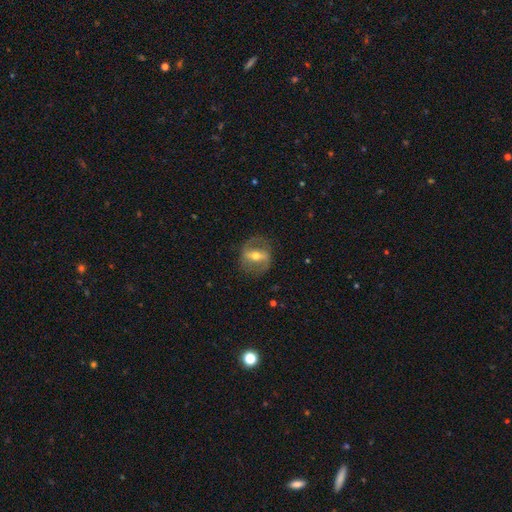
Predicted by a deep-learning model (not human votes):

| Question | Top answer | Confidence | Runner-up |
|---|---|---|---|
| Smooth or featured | featured or disk | 75% | smooth (18%) |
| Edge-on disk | no | 86% | yes (14%) |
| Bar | strong | 64% | weak (25%) |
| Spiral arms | yes | 62% | no (38%) |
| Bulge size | moderate | 66% | small (27%) |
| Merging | none | 77% | minor disturbance (14%) |